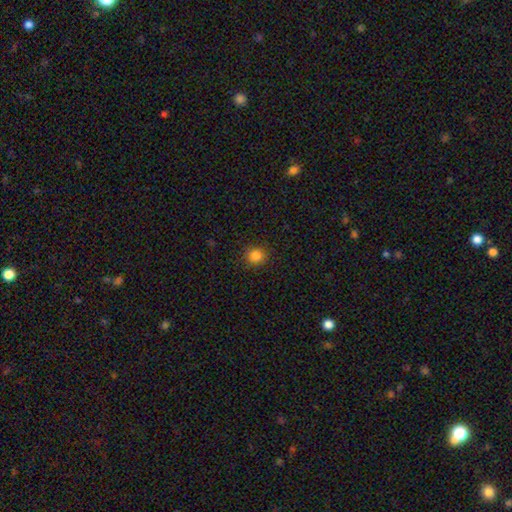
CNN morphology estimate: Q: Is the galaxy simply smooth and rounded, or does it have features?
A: smooth — 84%.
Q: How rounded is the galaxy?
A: round — 90%.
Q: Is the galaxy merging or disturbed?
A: none — 90%.